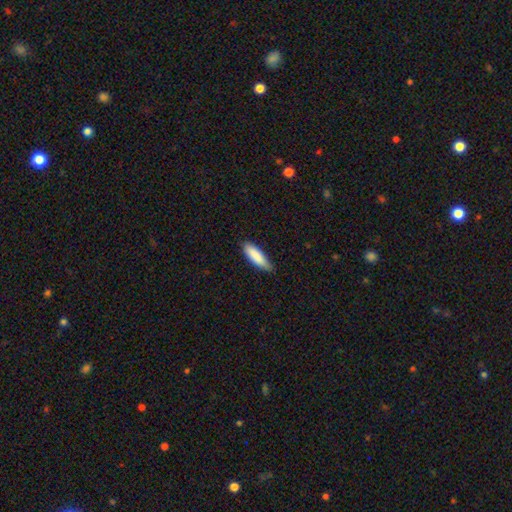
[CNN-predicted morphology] This appears to be a smooth galaxy with no disk features (87%) that is in between round and cigar-shaped (50%). Merging: none (74%).